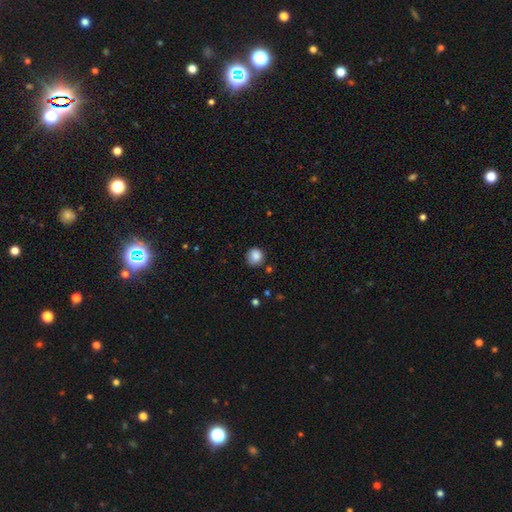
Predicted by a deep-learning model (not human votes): smooth-or-featured: smooth: 85% | star or artifact: 9% | featured or disk: 5%
  how-rounded: round: 87% | in between: 12% | cigar-shaped: 1%
  merging: none: 75% | minor disturbance: 18% | major disturbance: 4% | merger: 3%